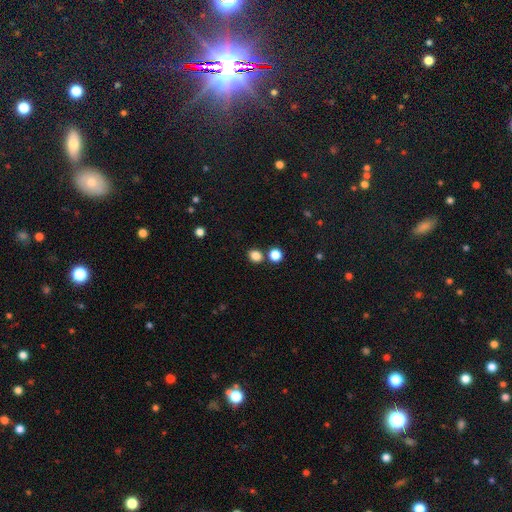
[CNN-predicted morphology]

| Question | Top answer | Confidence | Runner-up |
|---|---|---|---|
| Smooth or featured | smooth | 83% | star or artifact (13%) |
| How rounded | round | 64% | in between (36%) |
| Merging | none | 77% | merger (12%) |